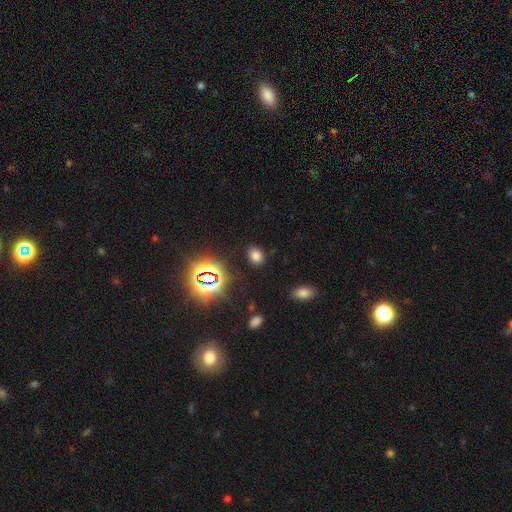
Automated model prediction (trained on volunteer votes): A smooth galaxy with no disk features (69%) that is in between round and cigar-shaped (66%). Merging: none (86%).